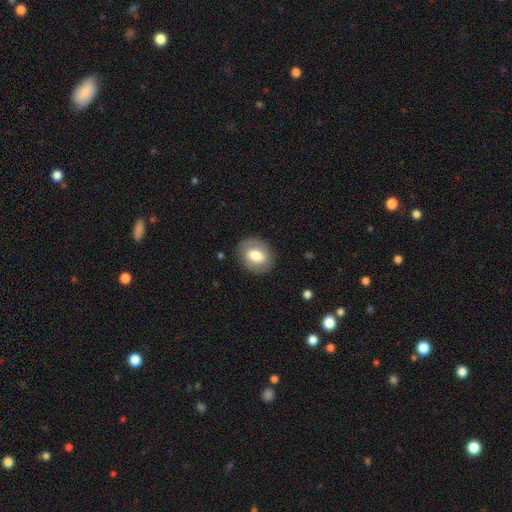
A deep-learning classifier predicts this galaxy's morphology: Smooth or featured?
  - smooth: 57% *
  - featured or disk: 36%
  - star or artifact: 7%
How rounded?
  - in between: 54% *
  - round: 45%
  - cigar-shaped: 1%
Merging?
  - none: 84% *
  - minor disturbance: 11%
  - major disturbance: 4%
  - merger: 1%